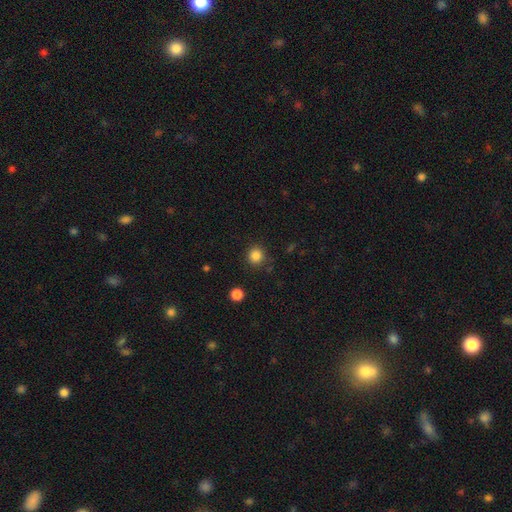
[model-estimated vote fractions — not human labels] Overall: smooth (84%). How rounded: round (91%). Merging: none (87%).